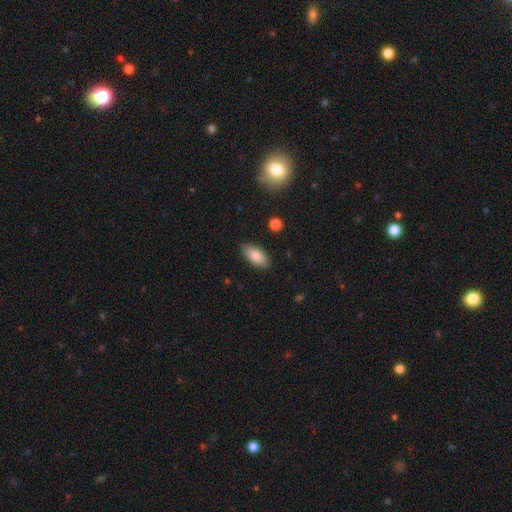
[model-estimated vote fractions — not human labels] Smooth or featured?
  - smooth: 83% *
  - featured or disk: 10%
  - star or artifact: 7%
How rounded?
  - in between: 90% *
  - cigar-shaped: 7%
  - round: 2%
Merging?
  - none: 87% *
  - minor disturbance: 9%
  - major disturbance: 2%
  - merger: 1%